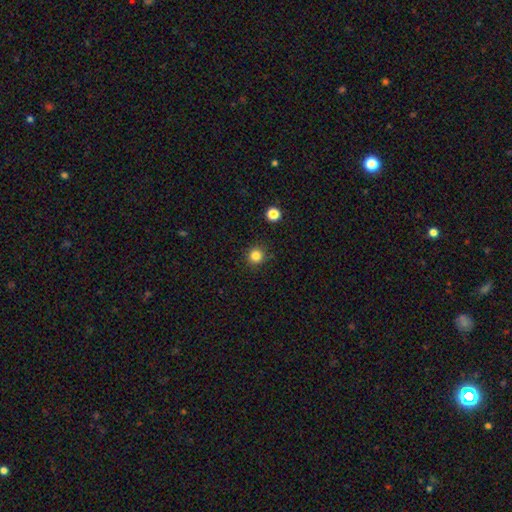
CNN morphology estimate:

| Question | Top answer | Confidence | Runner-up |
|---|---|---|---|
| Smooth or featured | smooth | 83% | star or artifact (13%) |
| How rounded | round | 95% | in between (5%) |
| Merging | none | 91% | minor disturbance (6%) |